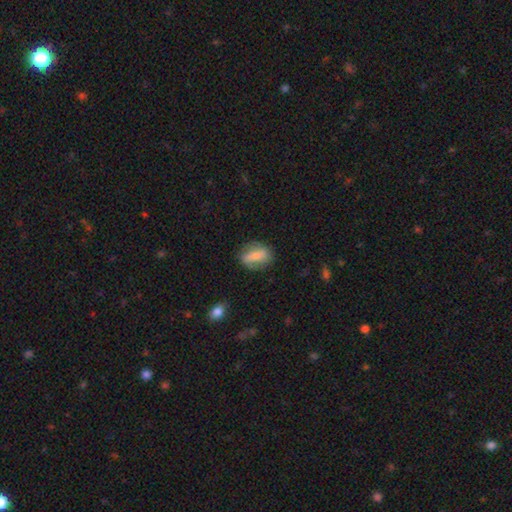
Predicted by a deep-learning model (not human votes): Smooth or featured?
  - smooth: 61% *
  - featured or disk: 31%
  - star or artifact: 8%
How rounded?
  - in between: 74% *
  - round: 18%
  - cigar-shaped: 8%
Merging?
  - none: 73% *
  - minor disturbance: 19%
  - major disturbance: 6%
  - merger: 2%